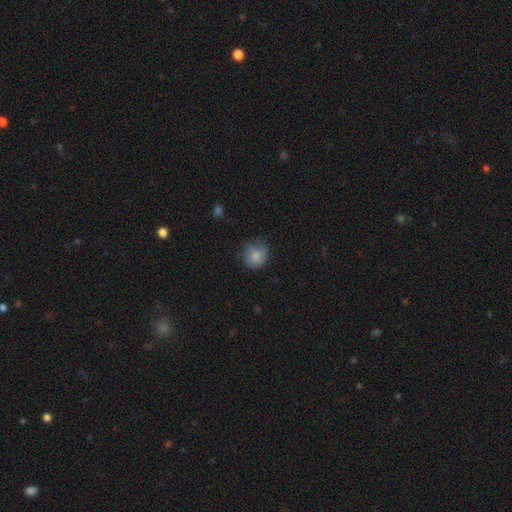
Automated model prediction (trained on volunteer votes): Smooth or featured?
  - smooth: 83% *
  - featured or disk: 9%
  - star or artifact: 8%
How rounded?
  - round: 84% *
  - in between: 15%
  - cigar-shaped: 1%
Merging?
  - none: 73% *
  - minor disturbance: 21%
  - major disturbance: 5%
  - merger: 1%